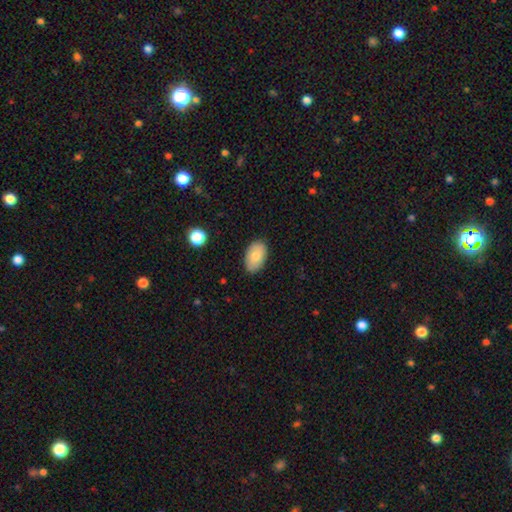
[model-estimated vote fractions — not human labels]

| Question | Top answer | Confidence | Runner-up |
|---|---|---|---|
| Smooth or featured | smooth | 80% | featured or disk (13%) |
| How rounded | in between | 93% | round (6%) |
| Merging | none | 85% | minor disturbance (12%) |